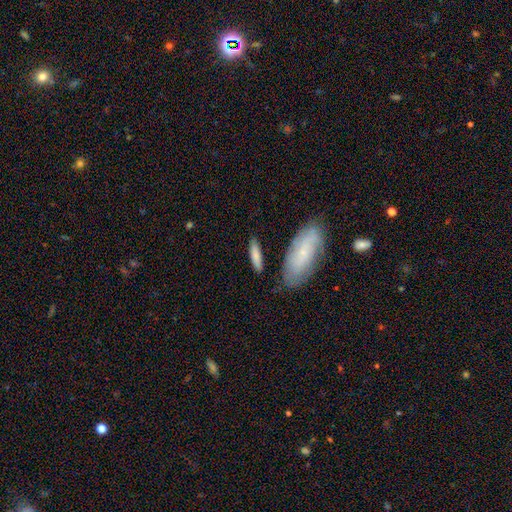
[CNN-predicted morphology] Smooth or featured? Predicted: smooth (p=0.77). How rounded? Predicted: cigar-shaped (p=0.63). Merging? Predicted: none (p=0.79).